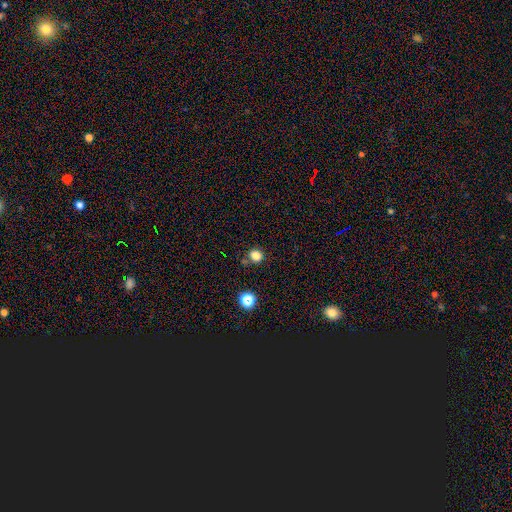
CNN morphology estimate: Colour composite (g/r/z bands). It shows a smooth galaxy with no disk features (80%) that is round (76%). Merging: none (78%).